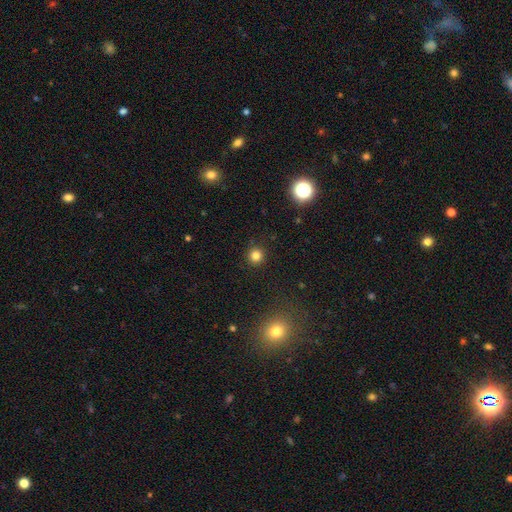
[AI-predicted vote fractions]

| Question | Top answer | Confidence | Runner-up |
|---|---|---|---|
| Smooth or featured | smooth | 82% | star or artifact (13%) |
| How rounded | round | 94% | in between (5%) |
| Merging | none | 91% | minor disturbance (6%) |